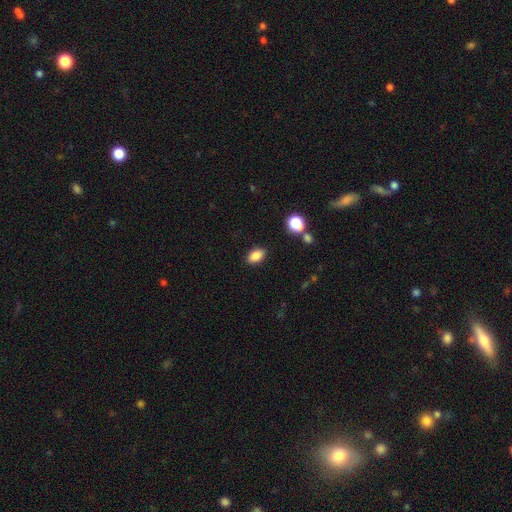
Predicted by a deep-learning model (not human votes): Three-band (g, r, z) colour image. It shows a smooth galaxy with no disk features (86%) that is in between round and cigar-shaped (86%). Merging: none (86%).